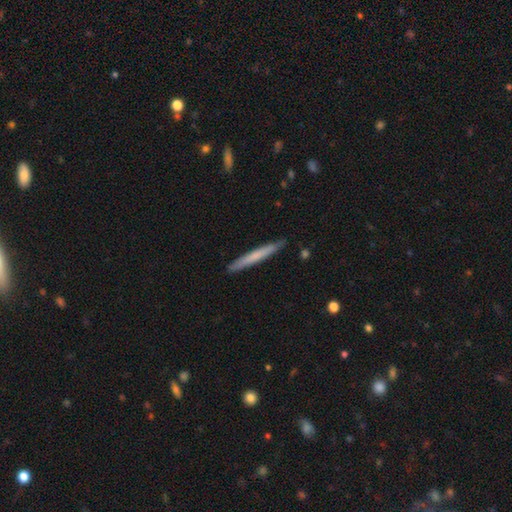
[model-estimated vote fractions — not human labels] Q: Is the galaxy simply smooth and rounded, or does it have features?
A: smooth — 64%.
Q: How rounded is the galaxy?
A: cigar-shaped — 97%.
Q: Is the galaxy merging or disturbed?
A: none — 90%.